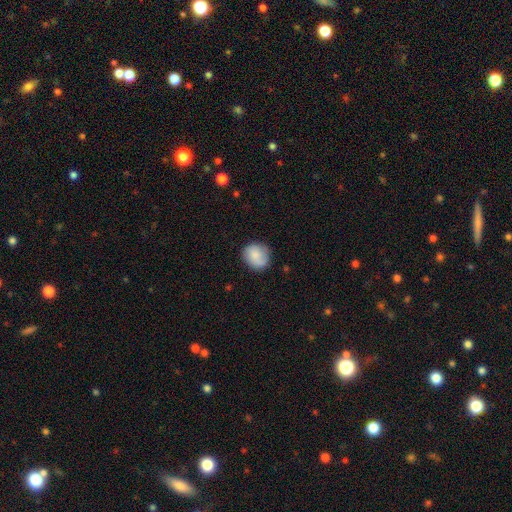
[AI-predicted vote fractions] A smooth galaxy with no disk features (78%) that is round (76%). Merging: none (76%).